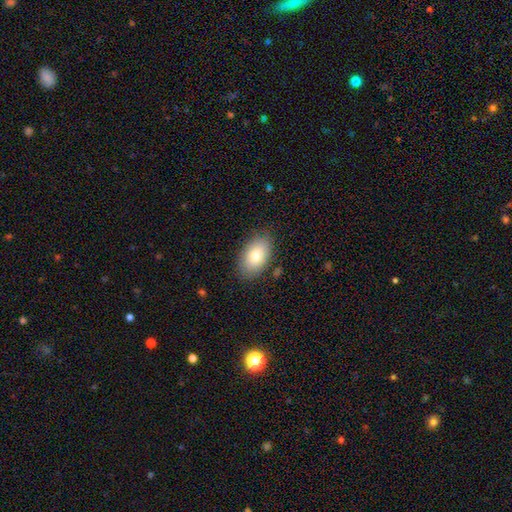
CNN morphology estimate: Smooth or featured: smooth — 79% (featured or disk — 14%)
How rounded: in between — 92% (round — 6%)
Merging: none — 85% (minor disturbance — 11%)